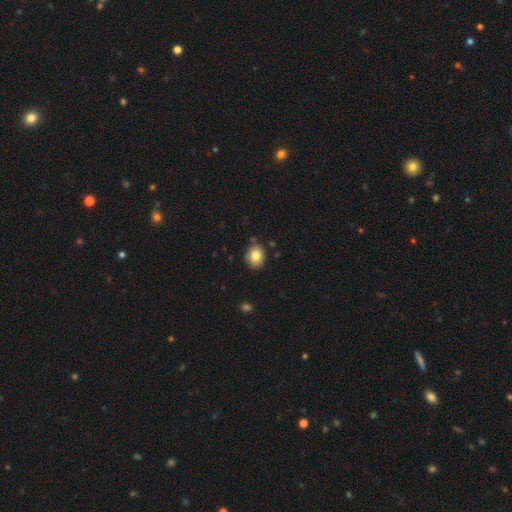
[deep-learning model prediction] Smooth or featured? smooth (82%)
How rounded? round (55%)
Merging? none (84%)